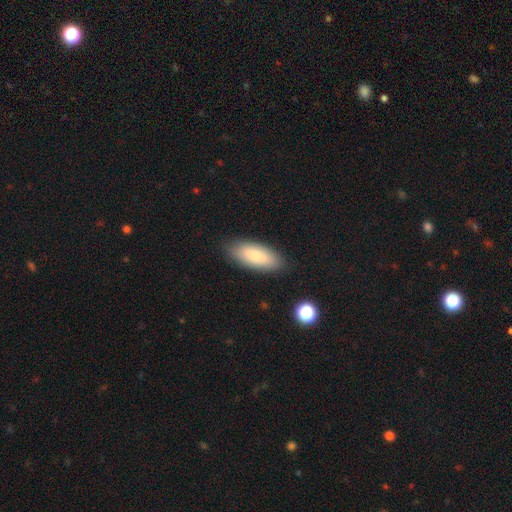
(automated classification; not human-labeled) A smooth galaxy with no disk features (78%) that is in between round and cigar-shaped (81%).

Vote fractions:
- Smooth or featured? smooth: 78% / featured or disk: 16% / star or artifact: 6%
- How rounded? in between: 81% / cigar-shaped: 17% / round: 2%
- Merging? none: 85% / minor disturbance: 11% / major disturbance: 3% / merger: 1%